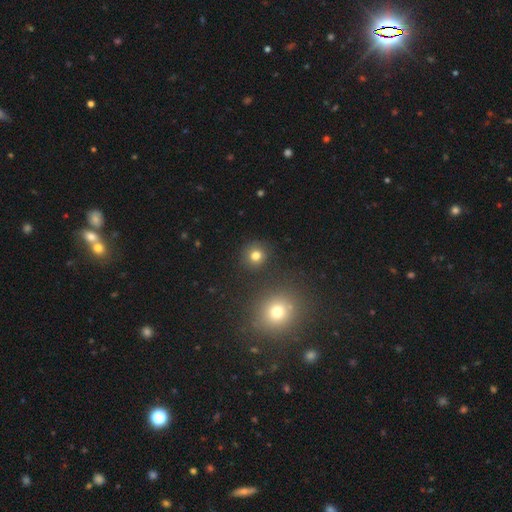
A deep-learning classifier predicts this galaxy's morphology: Smooth or featured? Predicted: smooth (p=0.78). How rounded? Predicted: round (p=0.91). Merging? Predicted: none (p=0.86).